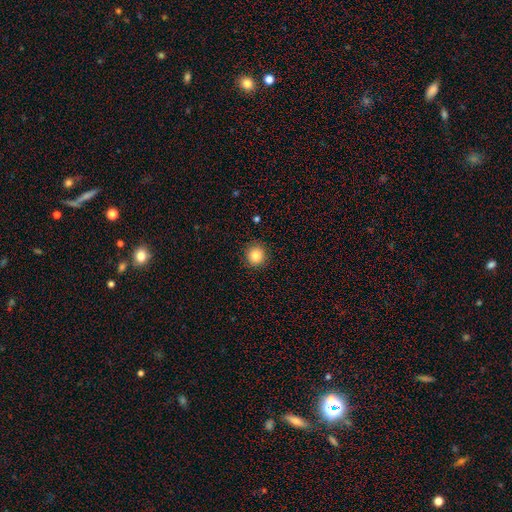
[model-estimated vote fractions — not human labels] A smooth galaxy with no disk features (84%) that is round (93%).

Vote fractions:
- Smooth or featured? smooth: 84% / star or artifact: 11% / featured or disk: 6%
- How rounded? round: 93% / in between: 6% / cigar-shaped: 1%
- Merging? none: 91% / minor disturbance: 6% / major disturbance: 2% / merger: 1%